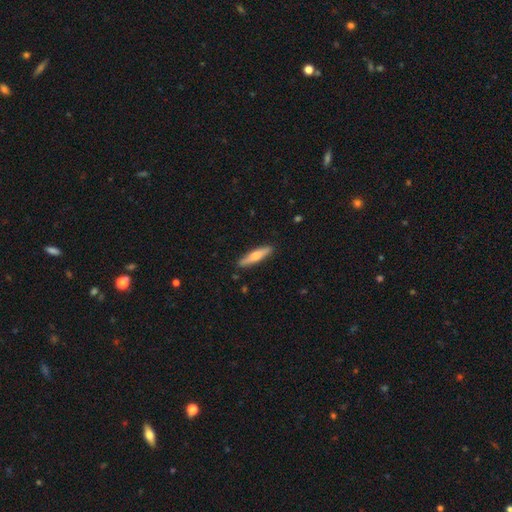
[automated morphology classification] smooth 59%, featured or disk 36%, star or artifact 5%. Down the decision tree: how rounded — cigar-shaped (82%); merging — none (89%).